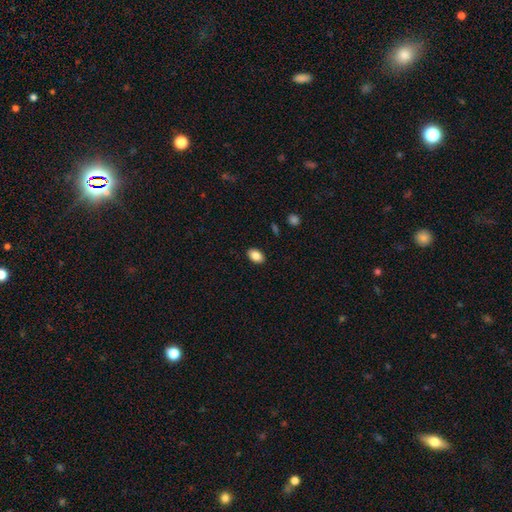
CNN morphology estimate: type=smooth (86%); roundness=in between (87%); merging=none (89%).